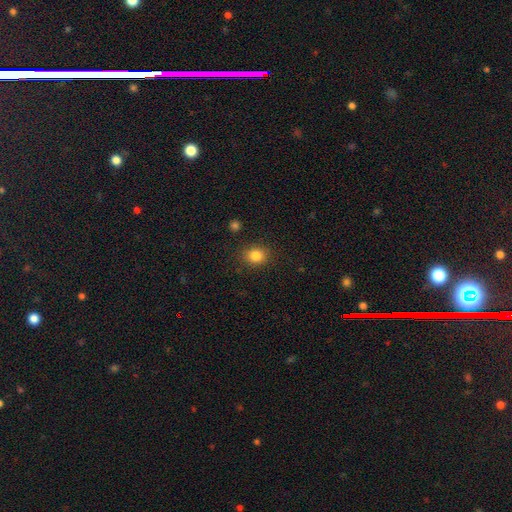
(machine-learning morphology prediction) smooth 83%, star or artifact 11%, featured or disk 6%. Down the decision tree: how rounded — round (67%); merging — none (86%).